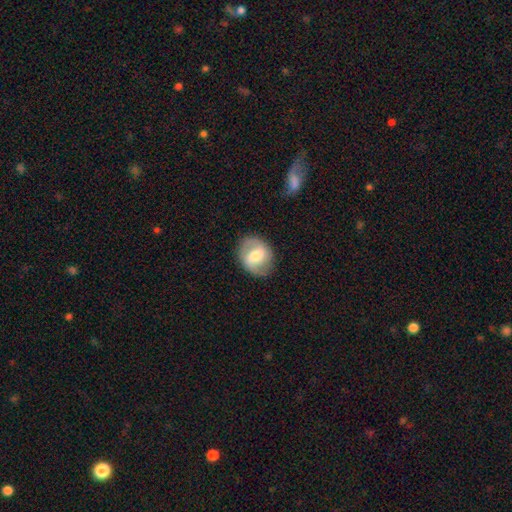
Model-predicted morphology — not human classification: smooth-or-featured: featured or disk: 56% | smooth: 38% | star or artifact: 7%
  disk-edge-on: no: 96% | yes: 4%
    bar: weak: 47% | strong: 29% | no: 24%
    has-spiral-arms: yes: 74% | no: 26%
    bulge-size: moderate: 63% | small: 21% | large: 12% | none: 2% | dominant: 2%
  merging: none: 84% | minor disturbance: 11% | major disturbance: 4% | merger: 1%